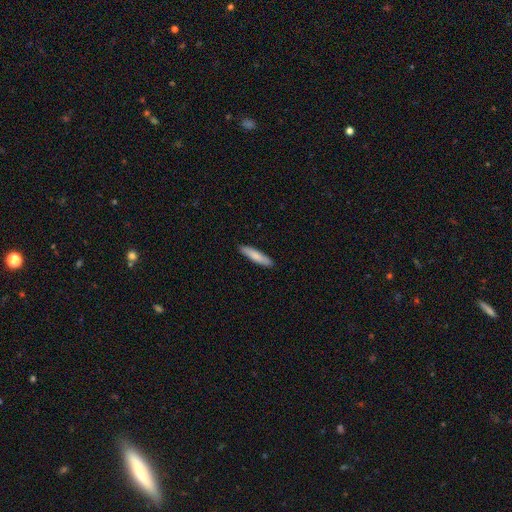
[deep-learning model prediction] A smooth galaxy with no disk features (81%) that is cigar-shaped (86%).

Vote fractions:
- Smooth or featured? smooth: 81% / featured or disk: 13% / star or artifact: 5%
- How rounded? cigar-shaped: 86% / in between: 13% / round: 1%
- Merging? none: 91% / minor disturbance: 7% / major disturbance: 1% / merger: 1%